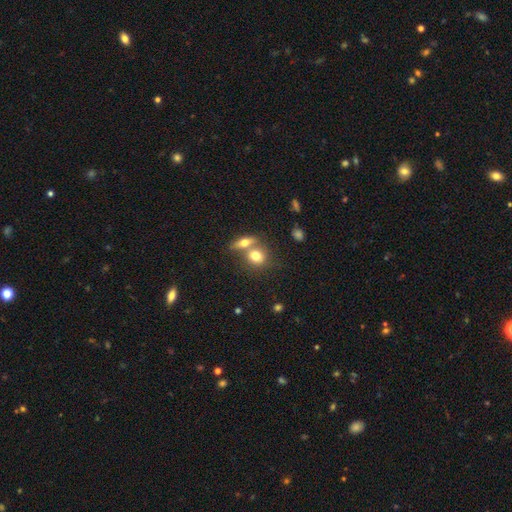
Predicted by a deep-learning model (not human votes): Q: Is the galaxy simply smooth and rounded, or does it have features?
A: smooth — 74%.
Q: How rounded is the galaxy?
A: round — 59%.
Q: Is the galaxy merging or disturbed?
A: merger — 48%.